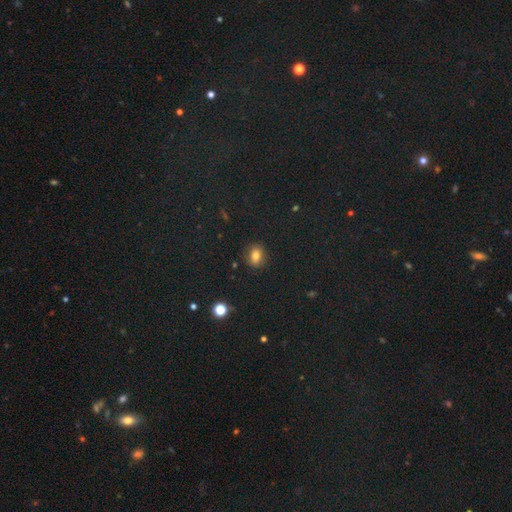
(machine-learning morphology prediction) smooth-or-featured: smooth: 74% | star or artifact: 17% | featured or disk: 9%
  how-rounded: in between: 52% | round: 45% | cigar-shaped: 2%
  merging: none: 86% | minor disturbance: 10% | major disturbance: 3% | merger: 1%